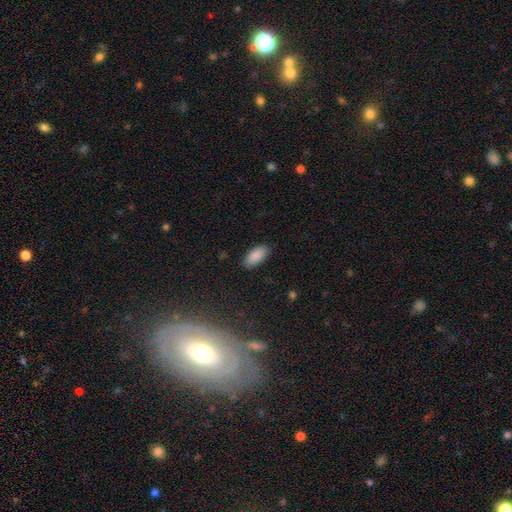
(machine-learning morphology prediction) The model was most divided on "merging": none: 88%, minor disturbance: 9%, major disturbance: 2%, merger: 1%. More confident: how rounded — in between (93%); smooth or featured — smooth (90%).